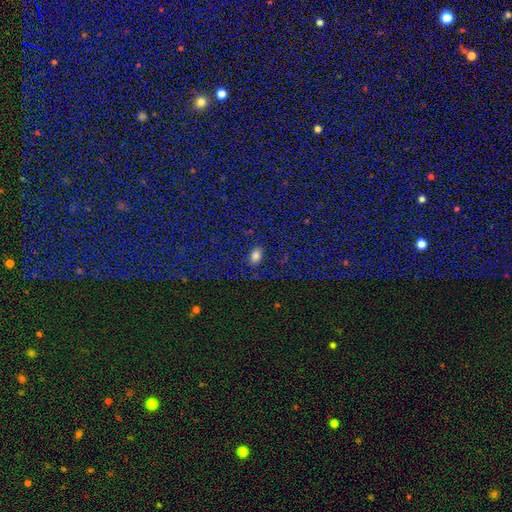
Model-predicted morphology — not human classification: A smooth galaxy with no disk features (75%) that is in between round and cigar-shaped (85%).

Vote fractions:
- Smooth or featured? smooth: 75% / star or artifact: 18% / featured or disk: 7%
- How rounded? in between: 85% / round: 13% / cigar-shaped: 2%
- Merging? none: 82% / minor disturbance: 12% / major disturbance: 4% / merger: 2%